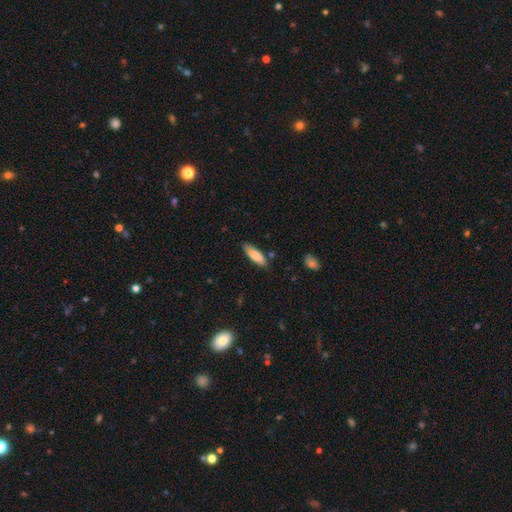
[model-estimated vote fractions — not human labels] The model was most divided on "how rounded" (2-way tie): cigar-shaped: 49%, in between: 49%, round: 1%. More confident: smooth or featured — smooth (83%); merging — none (80%).